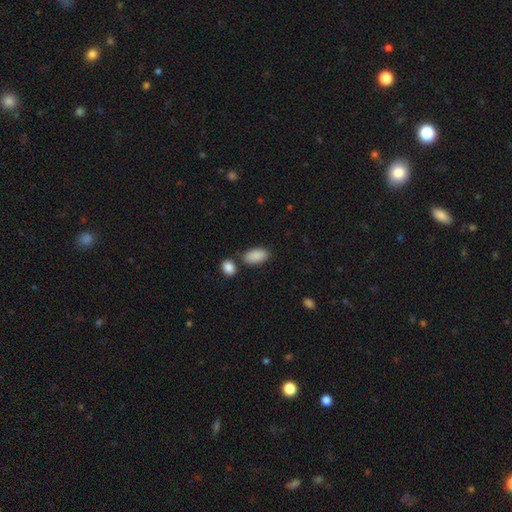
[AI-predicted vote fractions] This is clearly a smooth galaxy (90%). How rounded: clearly in between (94%). Merging: likely none (74%).